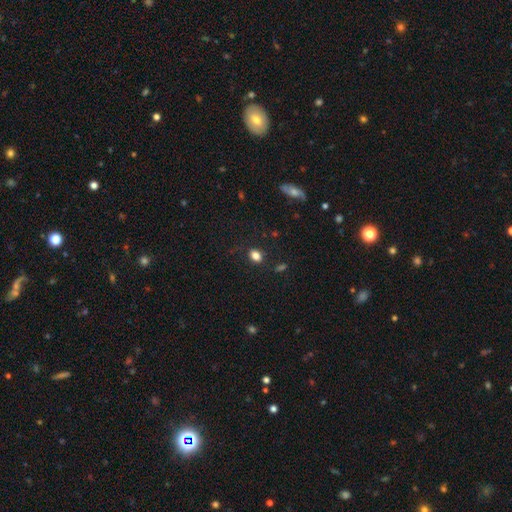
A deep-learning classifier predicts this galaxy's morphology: This is clearly a smooth galaxy (82%). How rounded: possibly in between (56%). Merging: clearly none (83%).